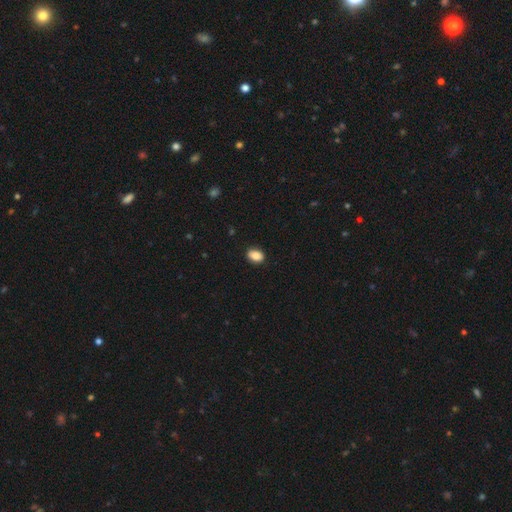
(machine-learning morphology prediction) Smooth or featured? smooth (85%)
How rounded? in between (77%)
Merging? none (85%)